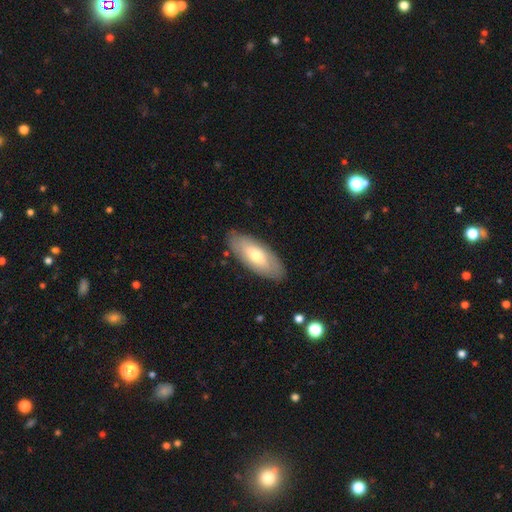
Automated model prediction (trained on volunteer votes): Smooth or featured? Predicted: smooth (p=0.54). How rounded? Predicted: in between (p=0.81). Merging? Predicted: none (p=0.85).